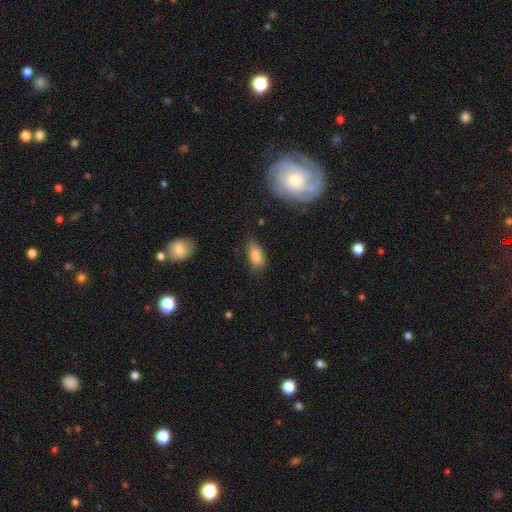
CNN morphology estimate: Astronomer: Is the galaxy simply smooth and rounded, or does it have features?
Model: smooth — 84%.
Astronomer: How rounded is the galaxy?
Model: in between — 91%.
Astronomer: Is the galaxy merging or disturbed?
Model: none — 72%.